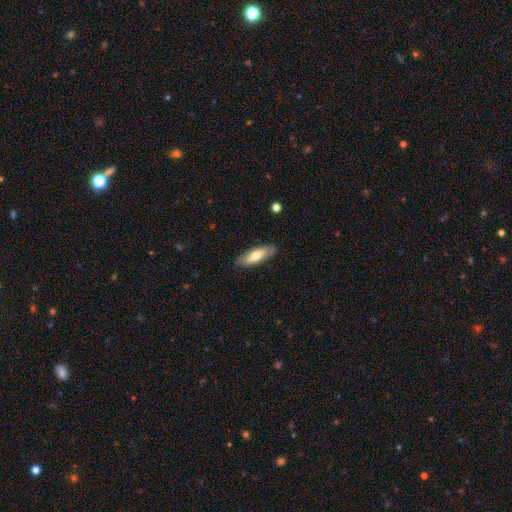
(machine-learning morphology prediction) smooth_or_featured: smooth (p=0.65) [alt: featured or disk p=0.29]
how_rounded: in between (p=0.55) [alt: cigar-shaped p=0.42]
merging: none (p=0.84) [alt: minor disturbance p=0.13]